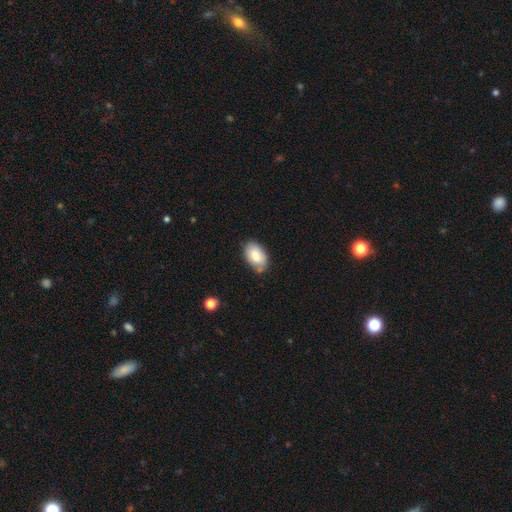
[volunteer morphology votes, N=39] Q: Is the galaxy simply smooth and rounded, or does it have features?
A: smooth — 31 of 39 (79%).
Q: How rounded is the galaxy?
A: in between — 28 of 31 (90%).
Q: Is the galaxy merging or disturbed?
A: none — 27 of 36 (75%).